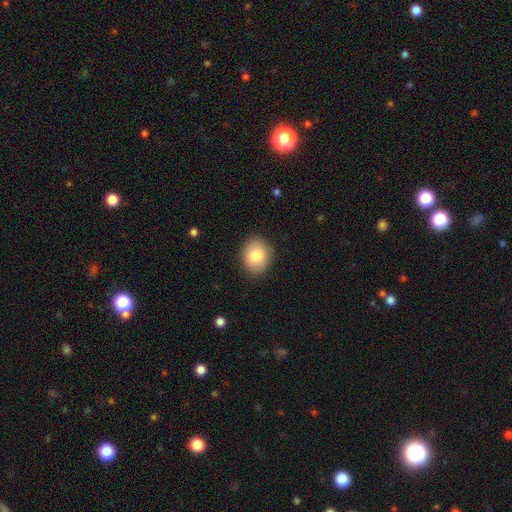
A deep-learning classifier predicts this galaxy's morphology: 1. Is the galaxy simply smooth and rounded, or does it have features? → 84% smooth, 9% featured or disk, 8% star or artifact.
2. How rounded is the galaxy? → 59% round, 40% in between, 1% cigar-shaped.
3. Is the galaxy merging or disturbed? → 87% none, 10% minor disturbance, 3% major disturbance, 1% merger.